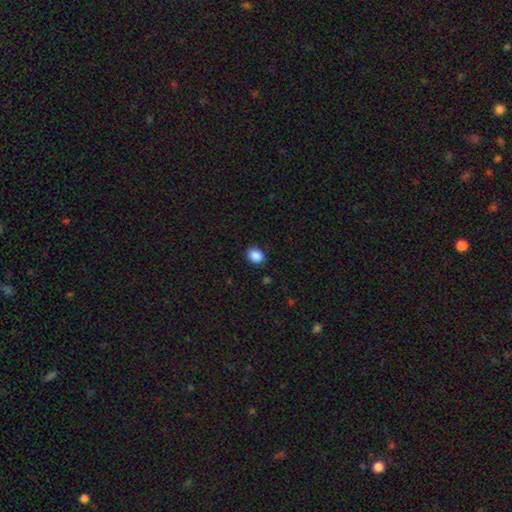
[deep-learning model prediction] A smooth galaxy with no disk features (88%) that is round (56%). Merging: none (88%).